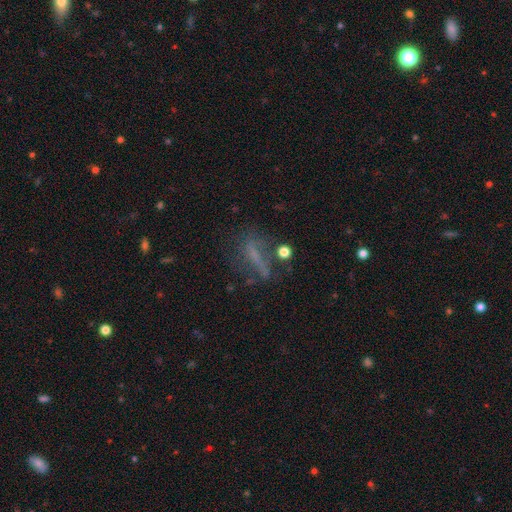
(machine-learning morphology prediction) smooth 41%, featured or disk 40%, star or artifact 20%. Down the decision tree: merging — none (53%).